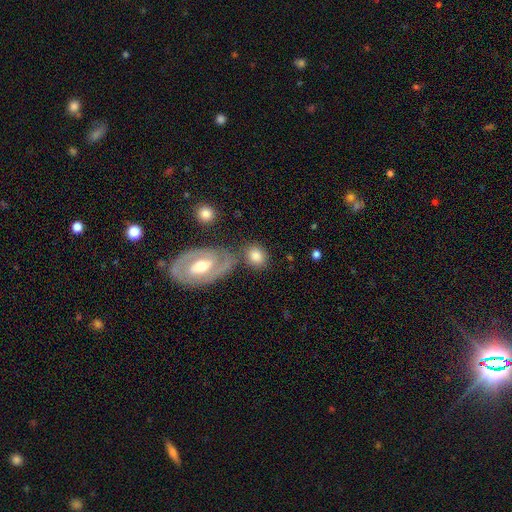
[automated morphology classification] A smooth galaxy with no disk features (75%) that is round (58%).

Vote fractions:
- Smooth or featured? smooth: 75% / featured or disk: 18% / star or artifact: 7%
- How rounded? round: 58% / in between: 41% / cigar-shaped: 2%
- Merging? none: 59% / merger: 20% / minor disturbance: 14% / major disturbance: 7%